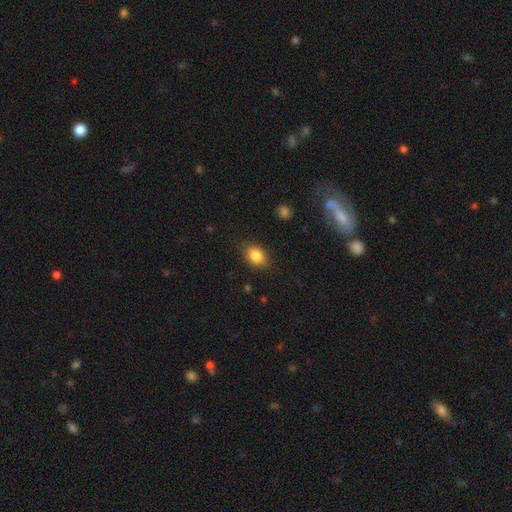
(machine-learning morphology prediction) smooth-or-featured: smooth: 84% | star or artifact: 9% | featured or disk: 7%
  how-rounded: in between: 75% | round: 24% | cigar-shaped: 1%
  merging: none: 85% | minor disturbance: 11% | major disturbance: 3% | merger: 1%